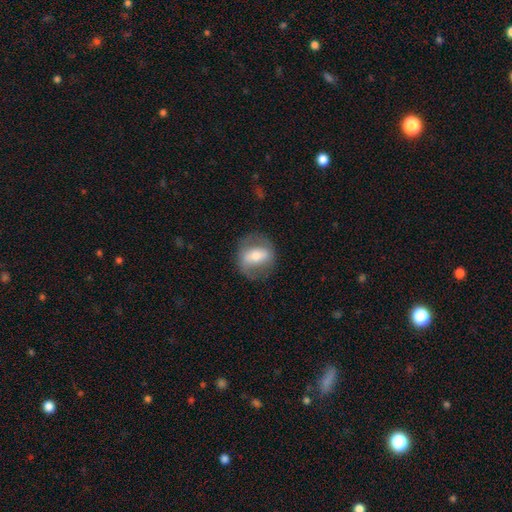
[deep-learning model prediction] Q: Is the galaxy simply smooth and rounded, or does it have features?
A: featured or disk — 52%.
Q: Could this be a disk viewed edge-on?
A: no — 87%.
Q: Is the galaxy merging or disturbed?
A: none — 74%.